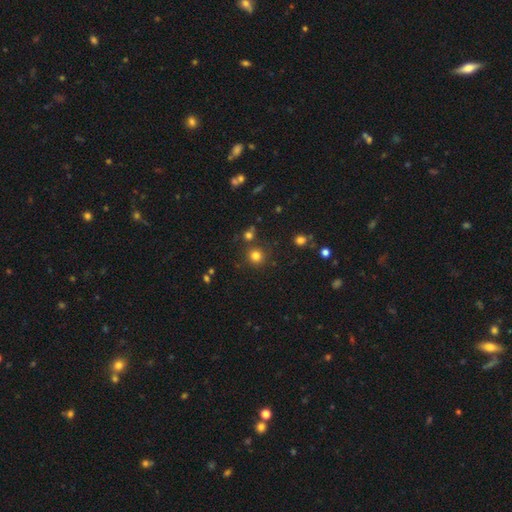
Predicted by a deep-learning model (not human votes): Morphology: type=smooth (78%); roundness=round (92%); merging=none (82%).